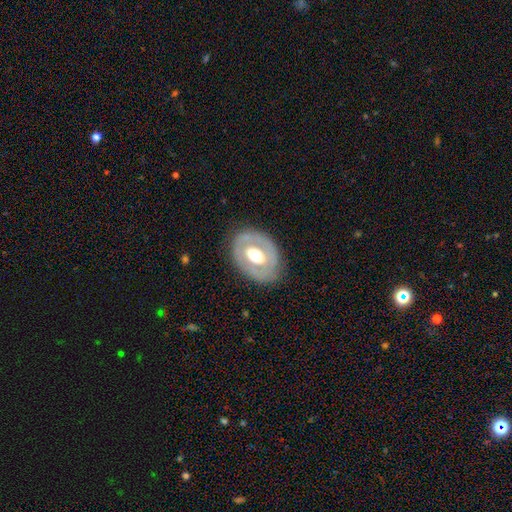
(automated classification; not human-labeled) Smooth or featured? Predicted: featured or disk (p=0.57). Edge-on disk? Predicted: no (p=0.92). Bar? Predicted: no (p=0.66). Spiral arms? Predicted: no (p=0.86). Bulge size? Predicted: moderate (p=0.55). Merging? Predicted: none (p=0.79).